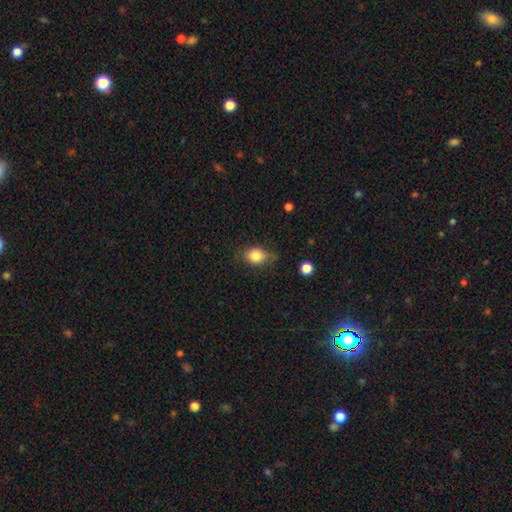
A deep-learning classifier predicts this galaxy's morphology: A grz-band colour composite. It shows a smooth galaxy with no disk features (81%) that is round (51%). Merging: none (62%).